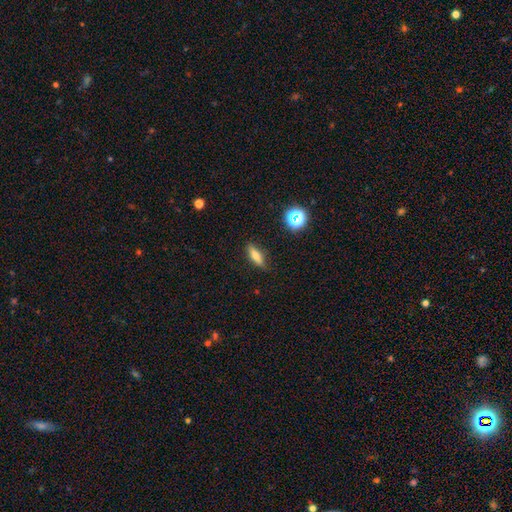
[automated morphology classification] A smooth galaxy with no disk features (69%) that is cigar-shaped (55%).

Vote fractions:
- Smooth or featured? smooth: 69% / featured or disk: 20% / star or artifact: 11%
- How rounded? cigar-shaped: 55% / in between: 41% / round: 4%
- Merging? none: 85% / minor disturbance: 11% / major disturbance: 3% / merger: 2%